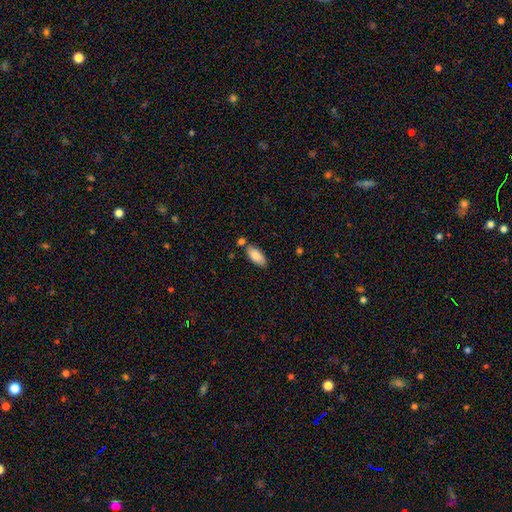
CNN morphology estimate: Smooth or featured? smooth (85%)
How rounded? in between (88%)
Merging? none (71%)